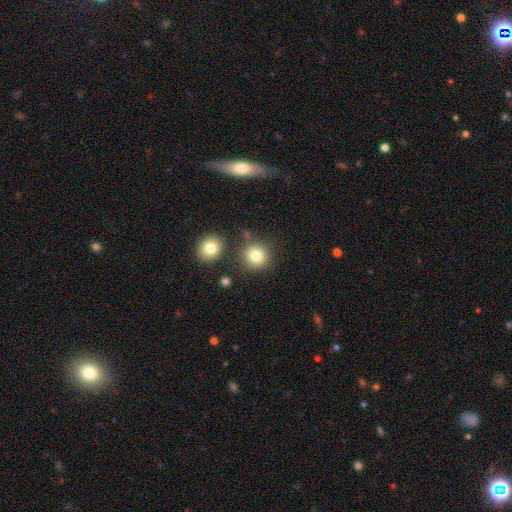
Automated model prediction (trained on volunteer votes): Smooth or featured?
  - smooth: 81% *
  - star or artifact: 12%
  - featured or disk: 7%
How rounded?
  - round: 91% *
  - in between: 8%
  - cigar-shaped: 1%
Merging?
  - none: 77% *
  - merger: 10%
  - minor disturbance: 10%
  - major disturbance: 4%